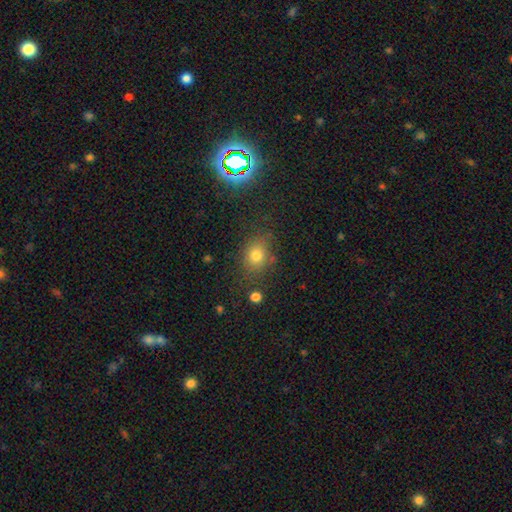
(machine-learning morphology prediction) Overall: smooth (74%). How rounded: round (58%; in between 40%). Merging: none (78%).